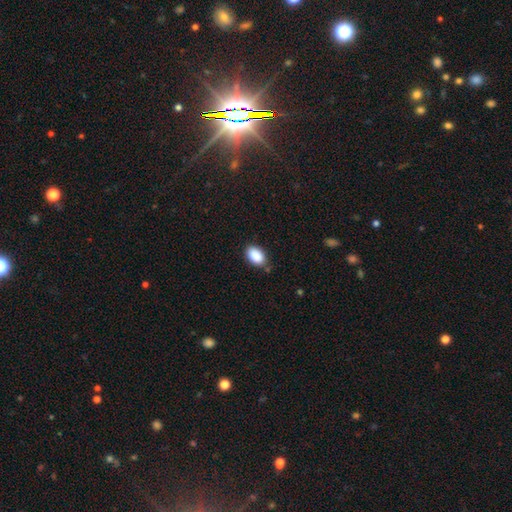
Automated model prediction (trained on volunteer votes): Q: Smooth or featured?
A: smooth (89%); runner-up: star or artifact (8%)
Q: How rounded?
A: in between (90%); runner-up: round (9%)
Q: Merging?
A: none (80%); runner-up: minor disturbance (15%)